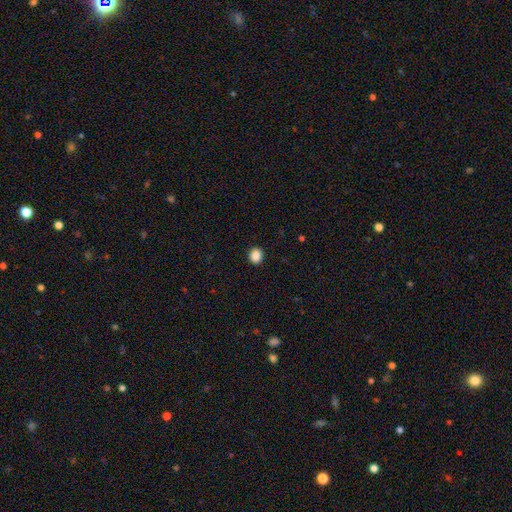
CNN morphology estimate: Smooth or featured? smooth (88%)
How rounded? round (73%)
Merging? none (92%)